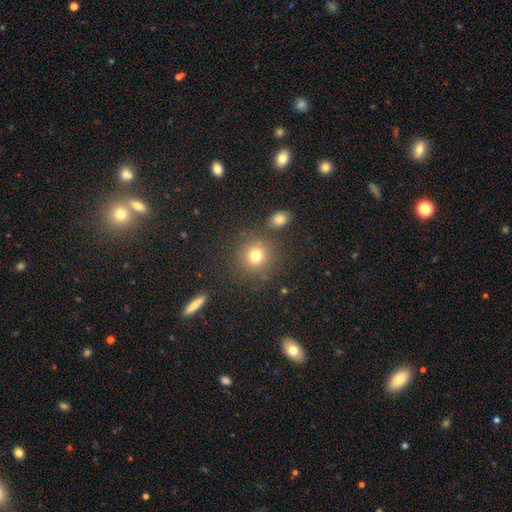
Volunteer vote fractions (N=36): Smooth or featured? 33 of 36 (92%) said smooth. How rounded? 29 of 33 (88%) said round. Merging? 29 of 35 (83%) said none.